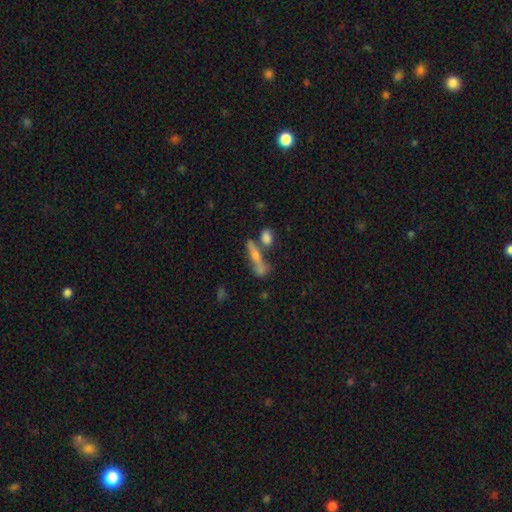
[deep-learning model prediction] Smooth or featured? Predicted: featured or disk (p=0.44). Merging? Predicted: none (p=0.51).